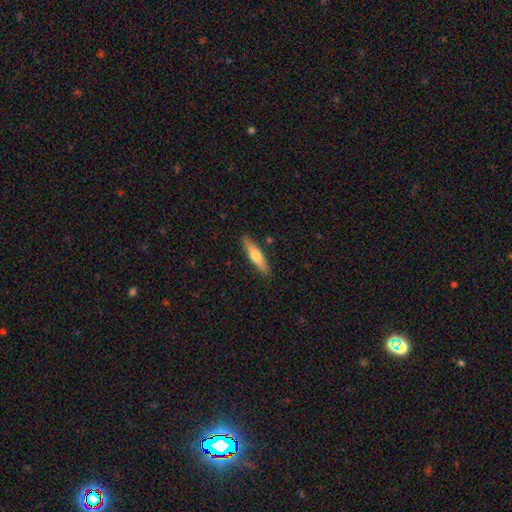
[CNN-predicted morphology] smooth_or_featured: smooth (p=0.60) [alt: featured or disk p=0.34]
how_rounded: cigar-shaped (p=0.79) [alt: in between p=0.19]
merging: none (p=0.88) [alt: minor disturbance p=0.09]